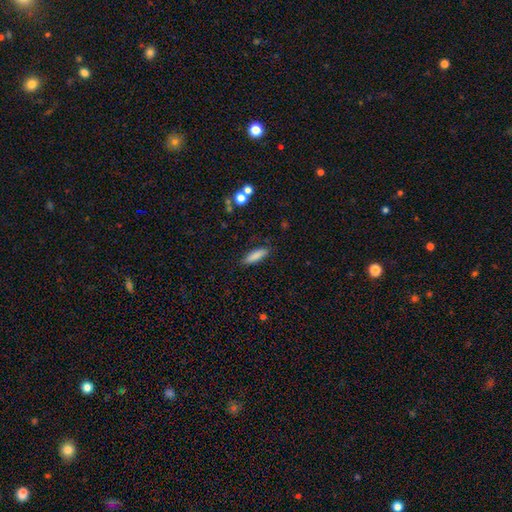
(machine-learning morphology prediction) Smooth or featured? Predicted: smooth (p=0.85). How rounded? Predicted: cigar-shaped (p=0.60). Merging? Predicted: none (p=0.86).